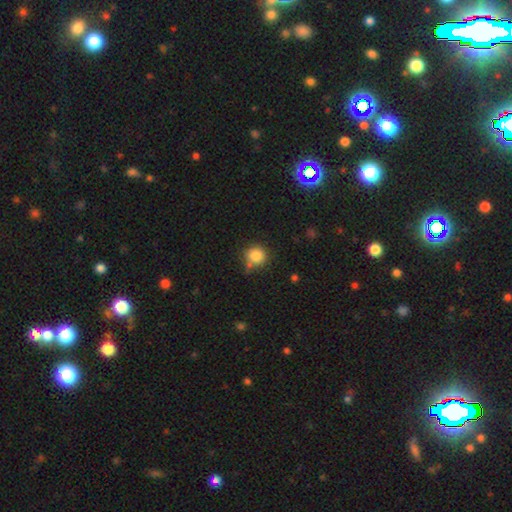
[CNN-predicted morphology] smooth_or_featured: smooth (p=0.84) [alt: star or artifact p=0.11]
how_rounded: round (p=0.90) [alt: in between p=0.09]
merging: none (p=0.72) [alt: minor disturbance p=0.15]